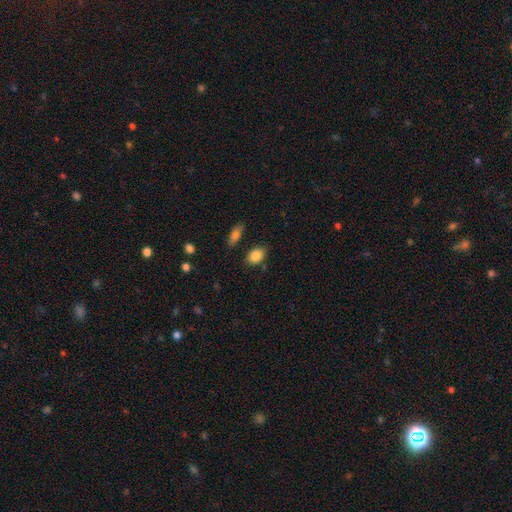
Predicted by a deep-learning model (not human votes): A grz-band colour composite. It shows a smooth galaxy with no disk features (86%) that is in between round and cigar-shaped (78%). Merging: none (79%).